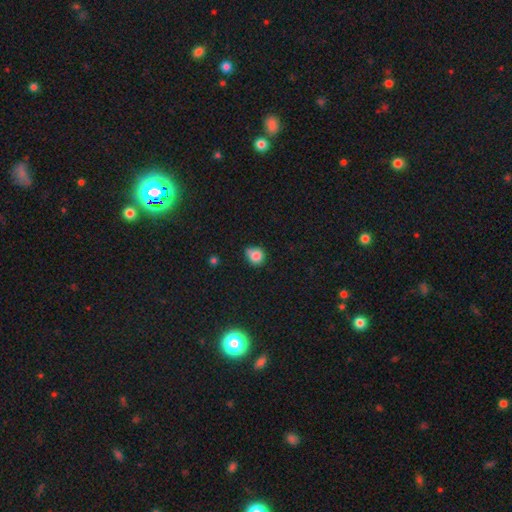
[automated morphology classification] Smooth or featured? smooth (82%)
How rounded? round (75%)
Merging? none (52%)